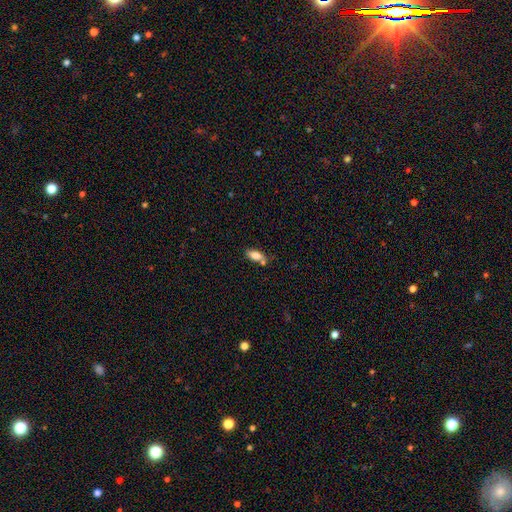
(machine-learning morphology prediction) The model was most divided on "merging": none: 59%, merger: 18%, minor disturbance: 18%, major disturbance: 5%. More confident: how rounded — in between (85%); smooth or featured — smooth (78%).